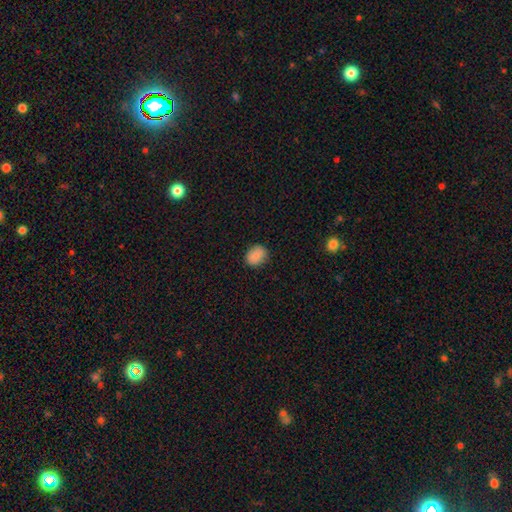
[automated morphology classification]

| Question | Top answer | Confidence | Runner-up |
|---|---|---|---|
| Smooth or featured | smooth | 88% | star or artifact (8%) |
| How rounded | round | 51% | in between (48%) |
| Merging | none | 85% | minor disturbance (11%) |